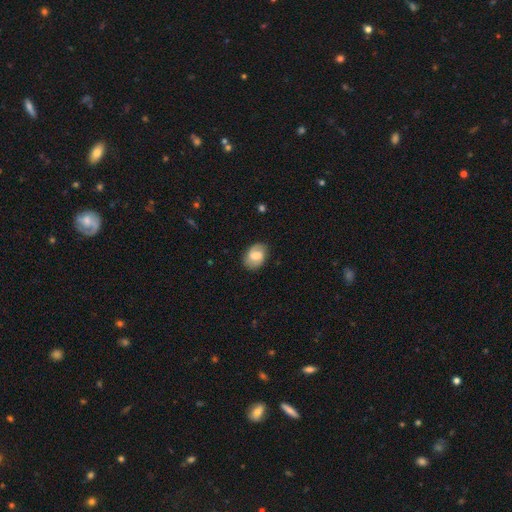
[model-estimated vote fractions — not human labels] Morphology: type=smooth (52%); roundness=in between (75%); merging=none (79%).